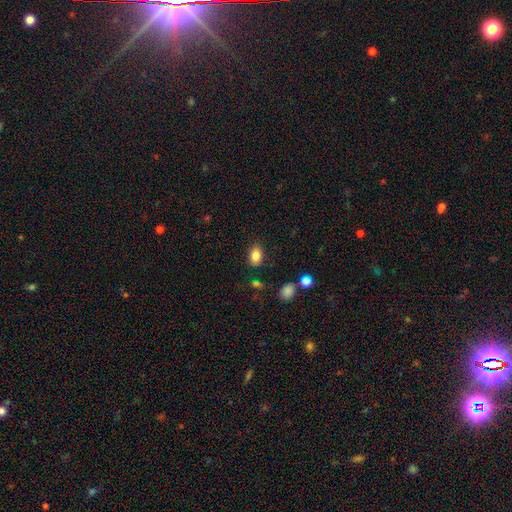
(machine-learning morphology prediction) A smooth galaxy with no disk features (84%) that is in between round and cigar-shaped (85%).

Vote fractions:
- Smooth or featured? smooth: 84% / star or artifact: 9% / featured or disk: 7%
- How rounded? in between: 85% / round: 14% / cigar-shaped: 1%
- Merging? none: 83% / minor disturbance: 12% / major disturbance: 3% / merger: 2%